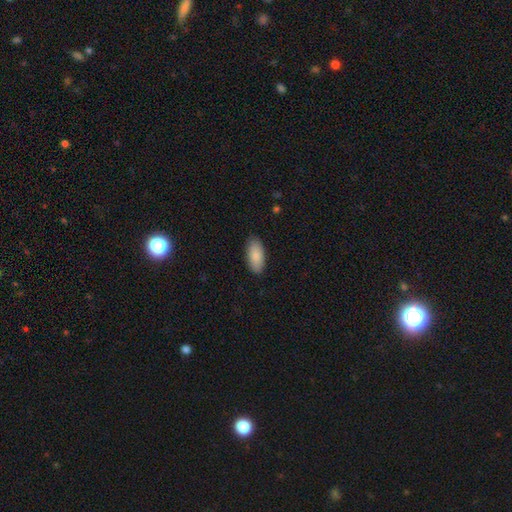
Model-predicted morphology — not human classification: smooth 87%, featured or disk 7%, star or artifact 6%. Down the decision tree: how rounded — in between (91%); merging — none (87%).